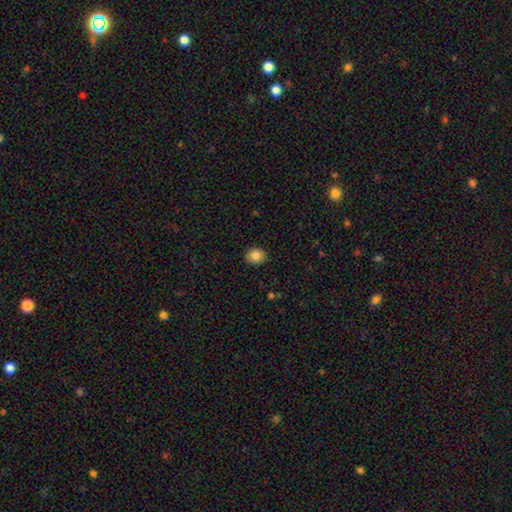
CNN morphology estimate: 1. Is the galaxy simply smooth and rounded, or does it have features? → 85% smooth, 9% star or artifact, 5% featured or disk.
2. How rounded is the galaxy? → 75% round, 25% in between, 1% cigar-shaped.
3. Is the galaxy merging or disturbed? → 91% none, 7% minor disturbance, 2% major disturbance, 1% merger.